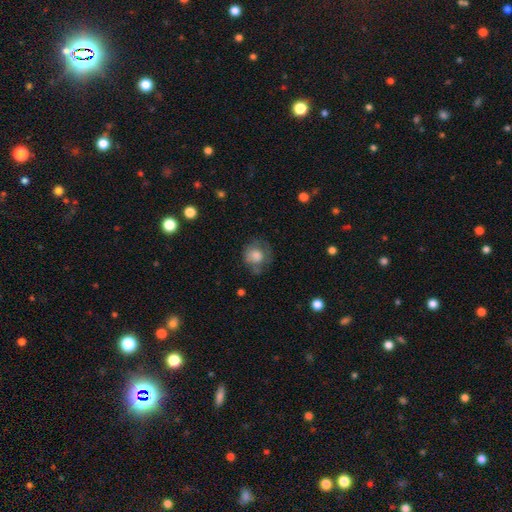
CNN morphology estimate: type=smooth (70%); roundness=round (78%); merging=none (50%).